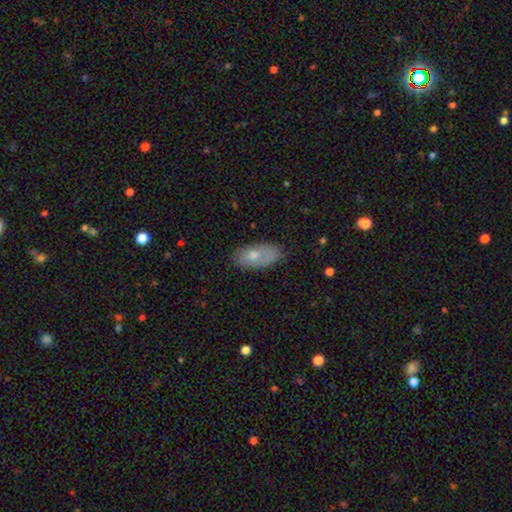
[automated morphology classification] Smooth or featured: smooth — 67% (featured or disk — 26%)
How rounded: in between — 90% (cigar-shaped — 6%)
Merging: none — 71% (minor disturbance — 22%)